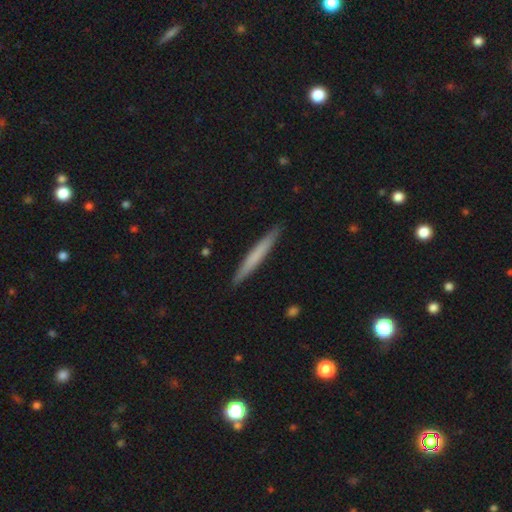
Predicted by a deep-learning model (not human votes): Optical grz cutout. It shows a smooth galaxy with no disk features (64%) that is cigar-shaped (97%). Merging: none (92%).